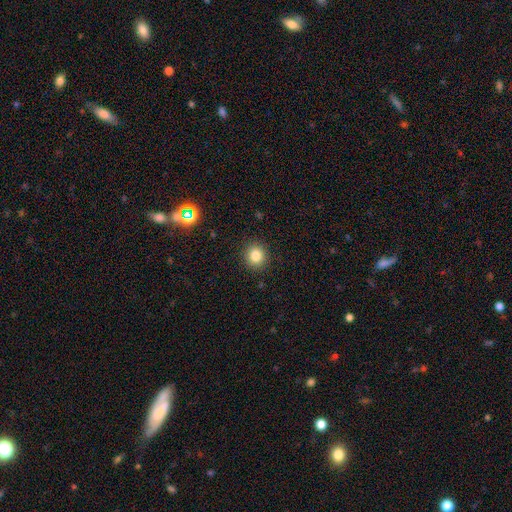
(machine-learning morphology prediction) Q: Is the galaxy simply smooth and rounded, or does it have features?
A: smooth — 82%.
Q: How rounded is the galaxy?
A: round — 88%.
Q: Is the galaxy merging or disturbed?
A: none — 91%.